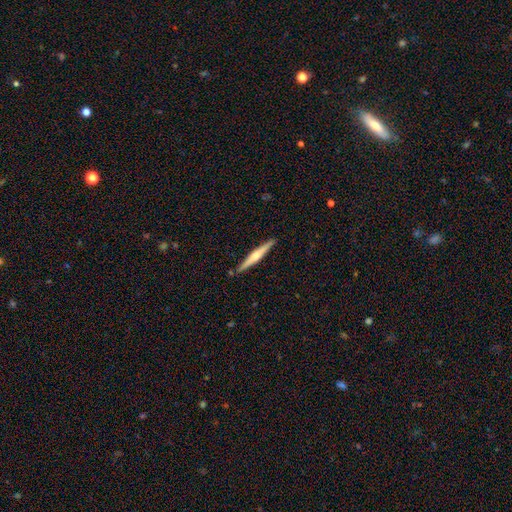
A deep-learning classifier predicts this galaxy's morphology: Smooth or featured? Predicted: featured or disk (p=0.63). Edge-on disk? Predicted: yes (p=0.98). Edge-on bulge? Predicted: rounded (p=0.80). Merging? Predicted: none (p=0.89).